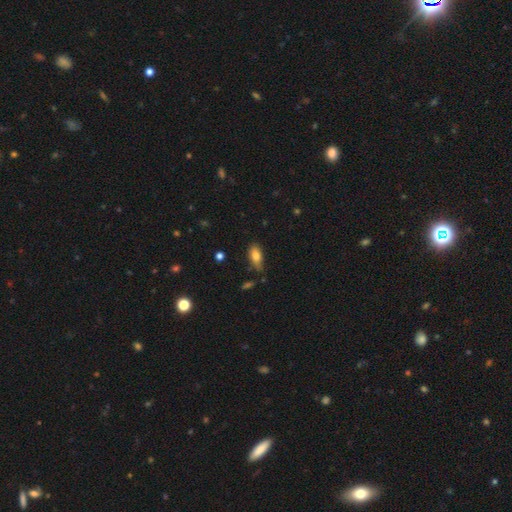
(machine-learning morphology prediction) type=smooth (80%); roundness=in between (84%); merging=none (64%).